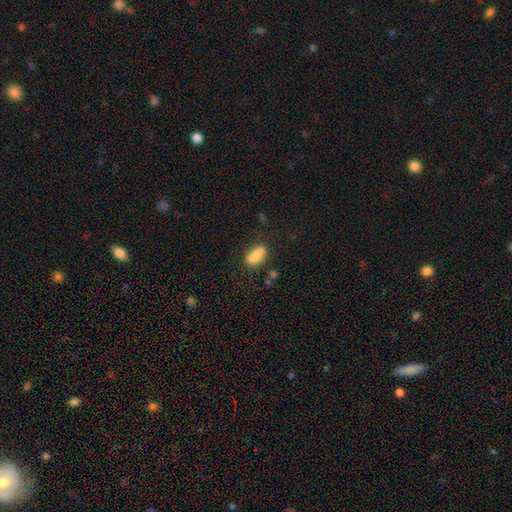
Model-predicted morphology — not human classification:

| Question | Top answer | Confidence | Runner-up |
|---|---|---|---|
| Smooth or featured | smooth | 82% | featured or disk (9%) |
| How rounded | in between | 84% | cigar-shaped (9%) |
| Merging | none | 62% | minor disturbance (20%) |